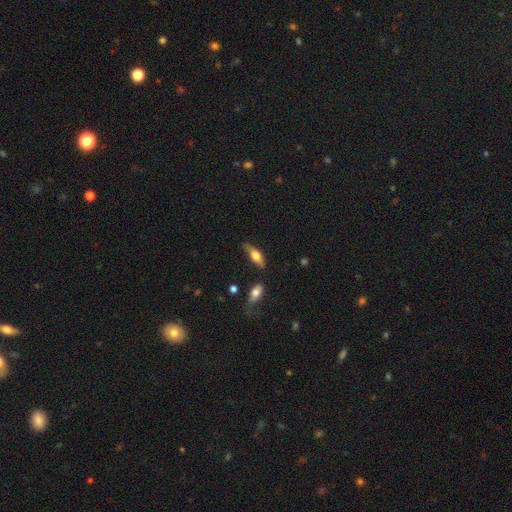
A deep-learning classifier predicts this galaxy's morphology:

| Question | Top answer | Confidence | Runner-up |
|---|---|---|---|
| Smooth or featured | smooth | 60% | featured or disk (34%) |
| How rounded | in between | 61% | cigar-shaped (36%) |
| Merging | none | 68% | minor disturbance (23%) |